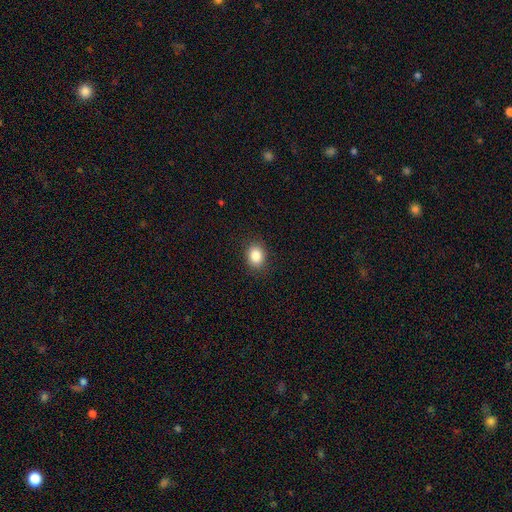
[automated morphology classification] smooth 86%, star or artifact 9%, featured or disk 5%. Down the decision tree: how rounded — in between (53%); merging — none (87%).